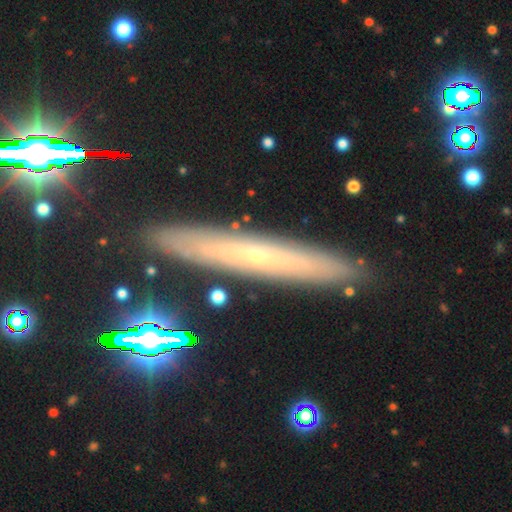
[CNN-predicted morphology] Smooth or featured: featured or disk — 59% (smooth — 30%)
Edge-on disk: yes — 81% (no — 19%)
Merging: none — 89% (minor disturbance — 8%)